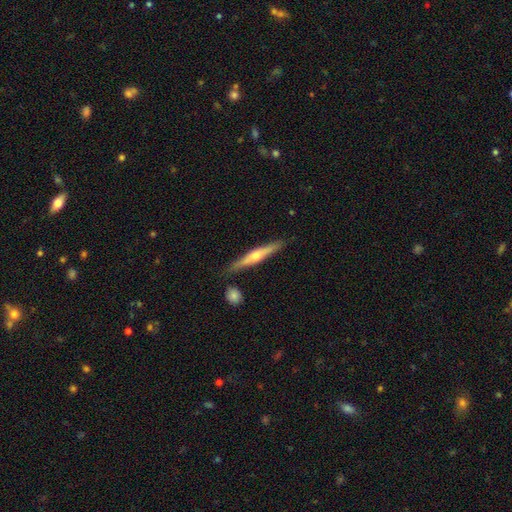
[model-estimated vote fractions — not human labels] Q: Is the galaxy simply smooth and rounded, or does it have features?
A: featured or disk — 63%.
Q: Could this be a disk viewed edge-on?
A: yes — 96%.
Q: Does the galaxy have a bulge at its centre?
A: rounded — 89%.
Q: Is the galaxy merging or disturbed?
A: none — 84%.